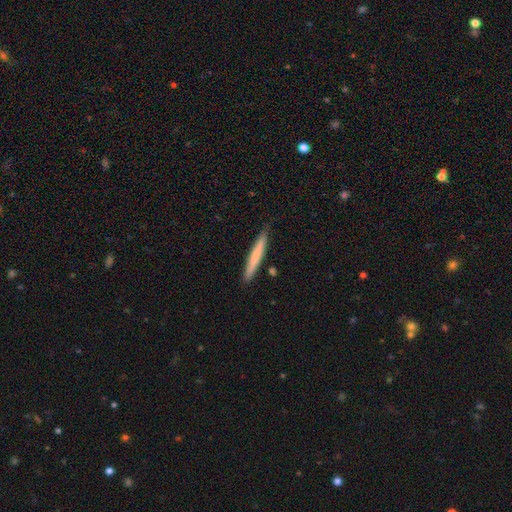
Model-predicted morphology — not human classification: A smooth galaxy with no disk features (69%) that is cigar-shaped (96%).

Vote fractions:
- Smooth or featured? smooth: 69% / featured or disk: 26% / star or artifact: 5%
- How rounded? cigar-shaped: 96% / in between: 3% / round: 1%
- Merging? none: 88% / minor disturbance: 8% / merger: 2% / major disturbance: 2%